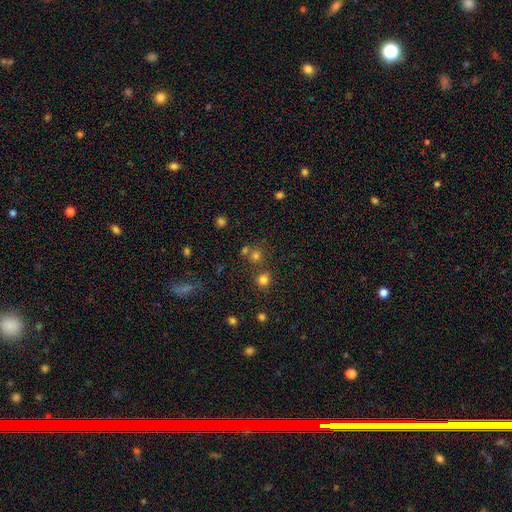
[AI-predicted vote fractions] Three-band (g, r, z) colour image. It shows a smooth galaxy with no disk features (70%) that is round (90%). Merging: none (68%).